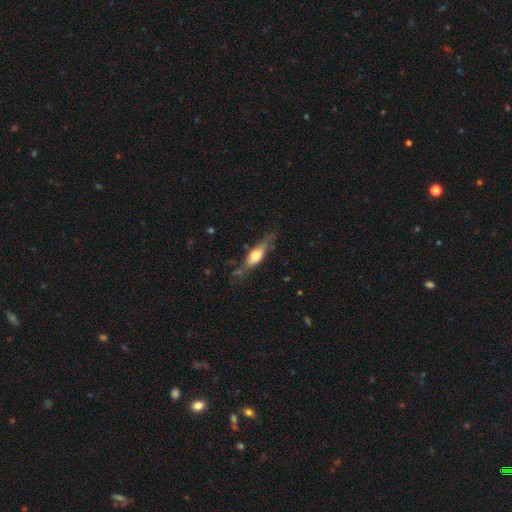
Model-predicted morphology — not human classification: Overall: smooth (50%; featured or disk 44%). Merging: none (63%; minor disturbance 24%).